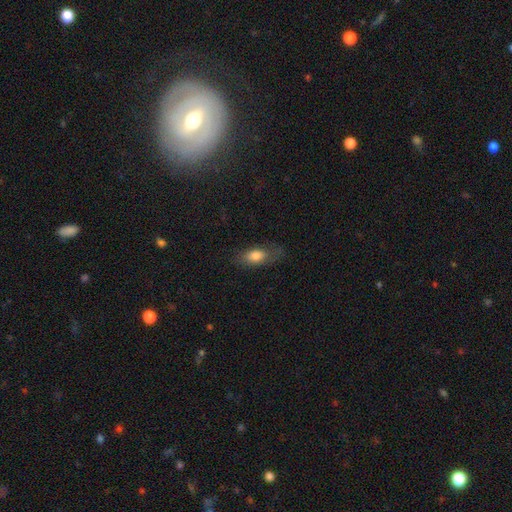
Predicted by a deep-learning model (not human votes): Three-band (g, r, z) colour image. It shows a smooth galaxy with no disk features (77%) that is in between round and cigar-shaped (83%). Merging: none (64%).